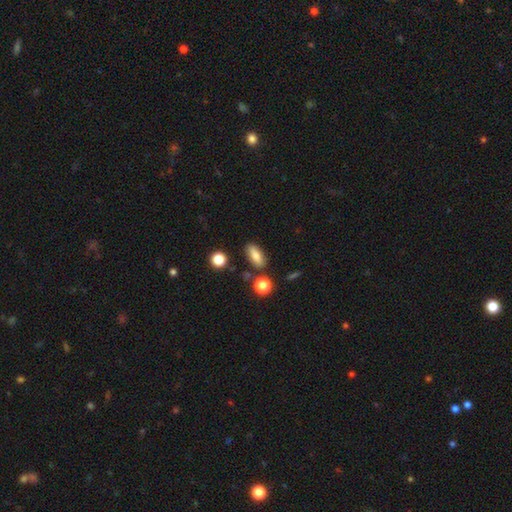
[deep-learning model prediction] This is likely a smooth galaxy (75%). How rounded: likely in between (73%). Merging: clearly none (82%).